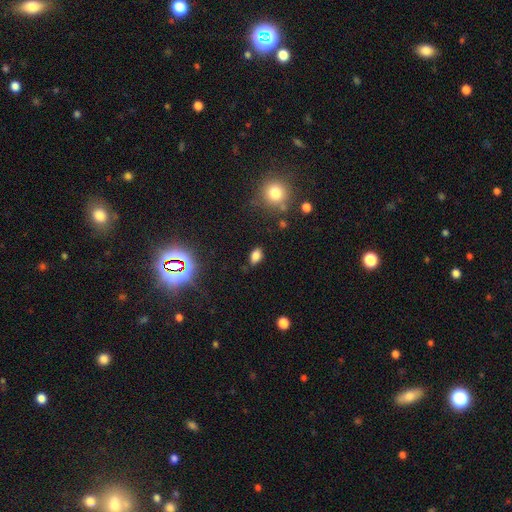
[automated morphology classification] Smooth or featured? Predicted: smooth (p=0.76). How rounded? Predicted: in between (p=0.88). Merging? Predicted: none (p=0.80).